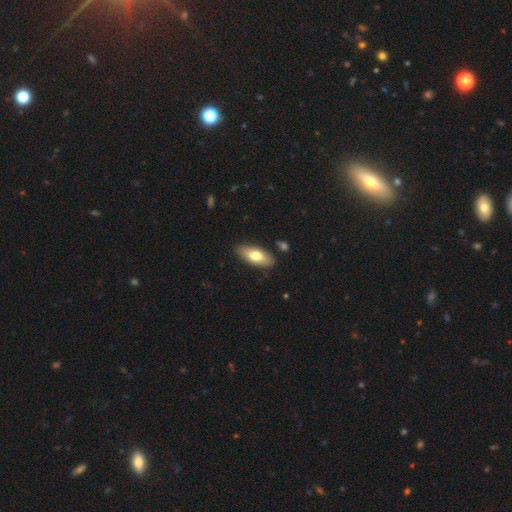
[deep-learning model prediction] Smooth or featured? Predicted: smooth (p=0.71). How rounded? Predicted: in between (p=0.82). Merging? Predicted: none (p=0.85).